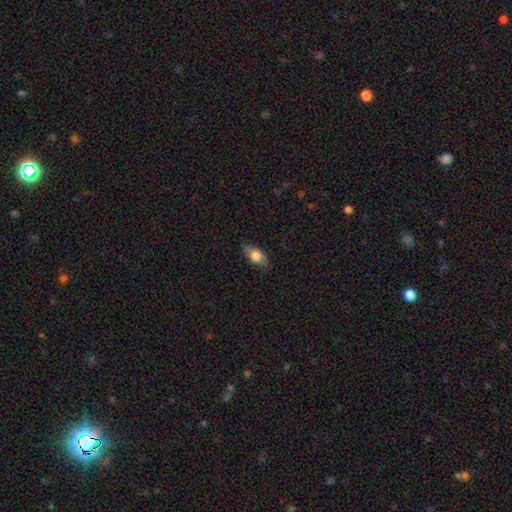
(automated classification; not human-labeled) Smooth or featured?
  - smooth: 66% *
  - featured or disk: 27%
  - star or artifact: 7%
How rounded?
  - in between: 81% *
  - cigar-shaped: 14%
  - round: 6%
Merging?
  - none: 82% *
  - minor disturbance: 15%
  - major disturbance: 3%
  - merger: 1%